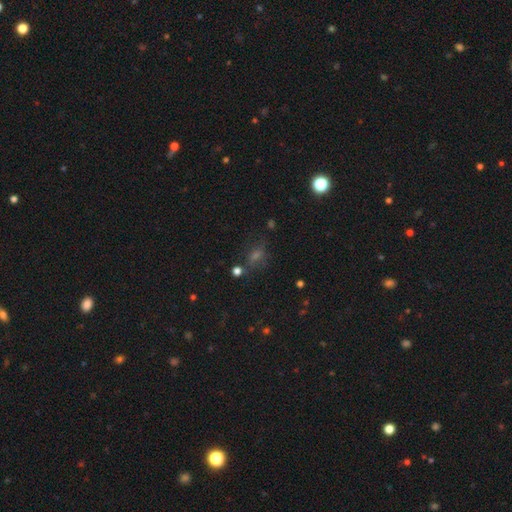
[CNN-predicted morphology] Overall: star or artifact (43%; smooth 40%).